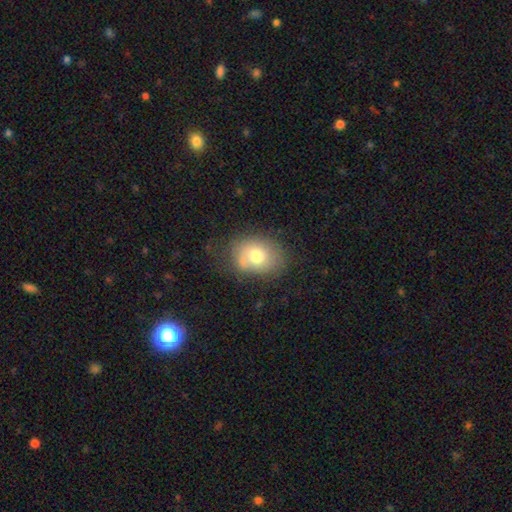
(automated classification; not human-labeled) The model was most divided on "how rounded": in between: 58%, round: 41%, cigar-shaped: 1%. More confident: smooth or featured — smooth (72%); merging — none (58%).